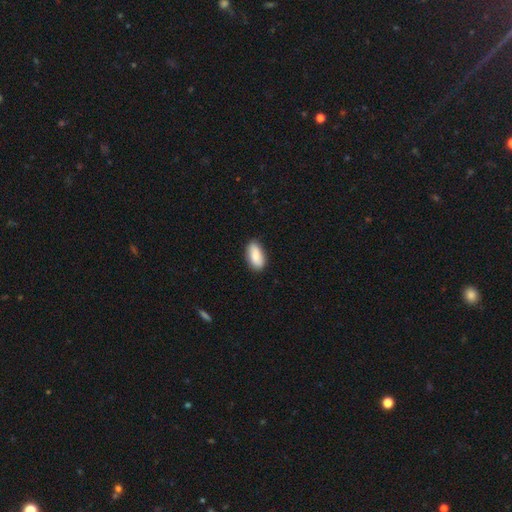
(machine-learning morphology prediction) A smooth galaxy with no disk features (84%) that is in between round and cigar-shaped (91%).

Vote fractions:
- Smooth or featured? smooth: 84% / featured or disk: 10% / star or artifact: 6%
- How rounded? in between: 91% / cigar-shaped: 5% / round: 3%
- Merging? none: 86% / minor disturbance: 11% / major disturbance: 2% / merger: 1%